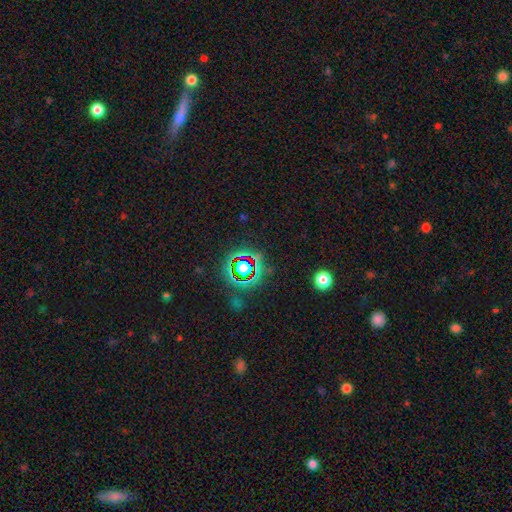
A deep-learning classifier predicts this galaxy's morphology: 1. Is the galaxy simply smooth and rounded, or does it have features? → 73% star or artifact, 16% smooth, 11% featured or disk.